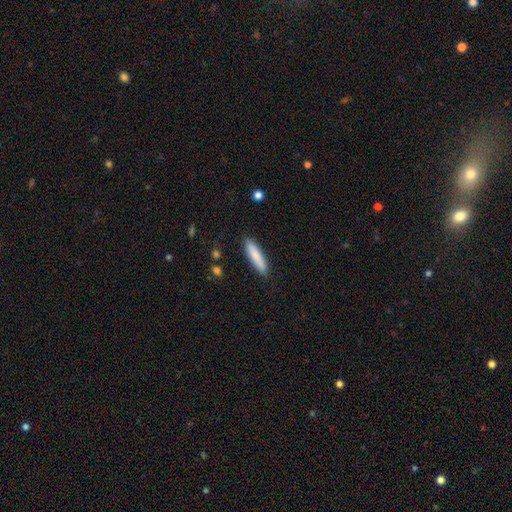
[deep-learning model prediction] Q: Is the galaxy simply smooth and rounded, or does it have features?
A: smooth — 83%.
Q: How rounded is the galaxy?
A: cigar-shaped — 76%.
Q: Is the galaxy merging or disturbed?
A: none — 88%.